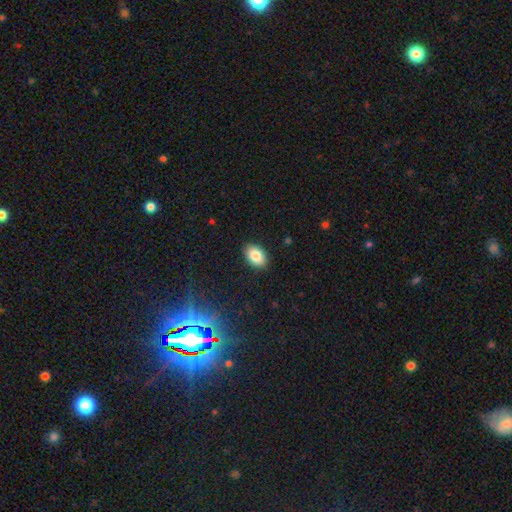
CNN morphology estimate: Smooth or featured? Predicted: smooth (p=0.85). How rounded? Predicted: in between (p=0.89). Merging? Predicted: none (p=0.88).